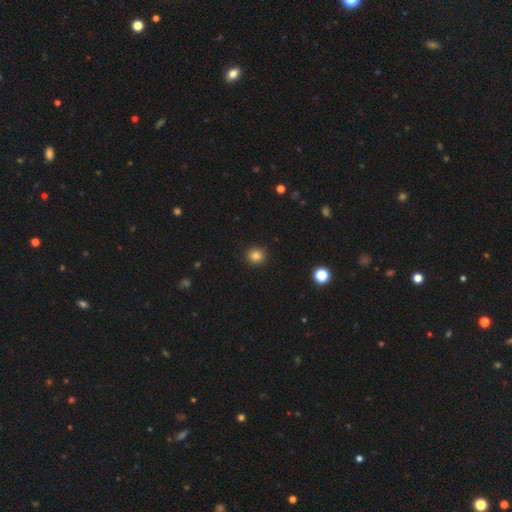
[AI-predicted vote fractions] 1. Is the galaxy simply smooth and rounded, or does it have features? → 84% smooth, 12% star or artifact, 4% featured or disk.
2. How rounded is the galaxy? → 89% round, 10% in between, 1% cigar-shaped.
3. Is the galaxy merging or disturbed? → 92% none, 5% minor disturbance, 2% major disturbance, 1% merger.